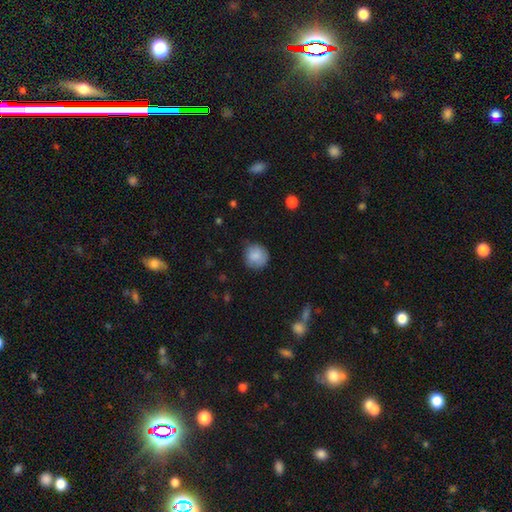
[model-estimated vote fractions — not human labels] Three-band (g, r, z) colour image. It shows a smooth galaxy with no disk features (85%) that is round (91%). Merging: none (78%).